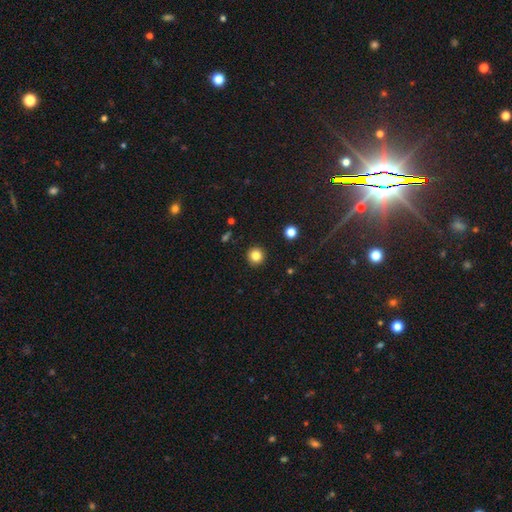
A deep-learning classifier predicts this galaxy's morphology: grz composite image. It shows a smooth galaxy with no disk features (83%) that is round (95%). Merging: none (93%).